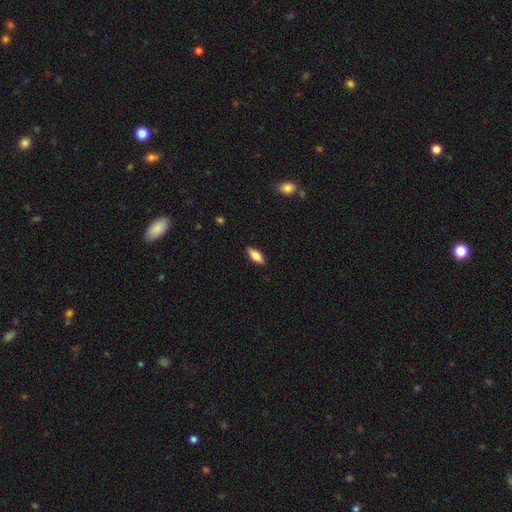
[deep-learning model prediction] This is likely a smooth galaxy (76%). How rounded: likely in between (75%). Merging: clearly none (88%).